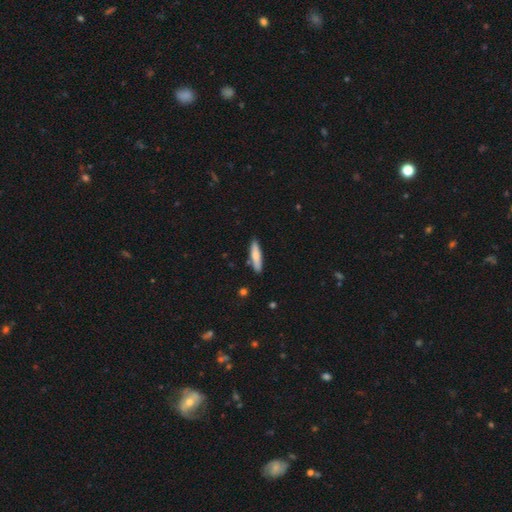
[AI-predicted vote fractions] smooth 74%, featured or disk 21%, star or artifact 6%. Down the decision tree: how rounded — cigar-shaped (80%); merging — none (86%).